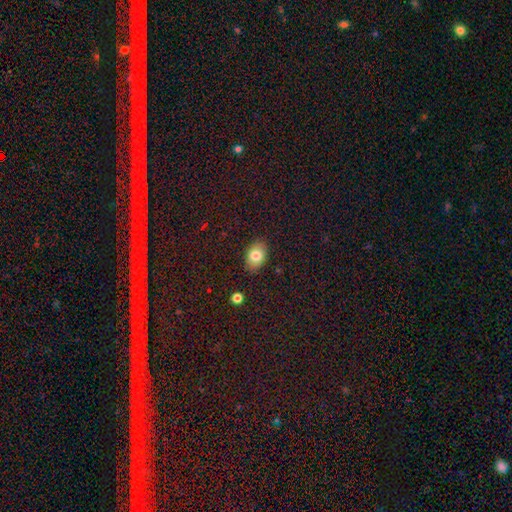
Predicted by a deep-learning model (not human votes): Q: Smooth or featured?
A: smooth (79%); runner-up: featured or disk (12%)
Q: How rounded?
A: in between (83%); runner-up: round (15%)
Q: Merging?
A: none (86%); runner-up: minor disturbance (11%)